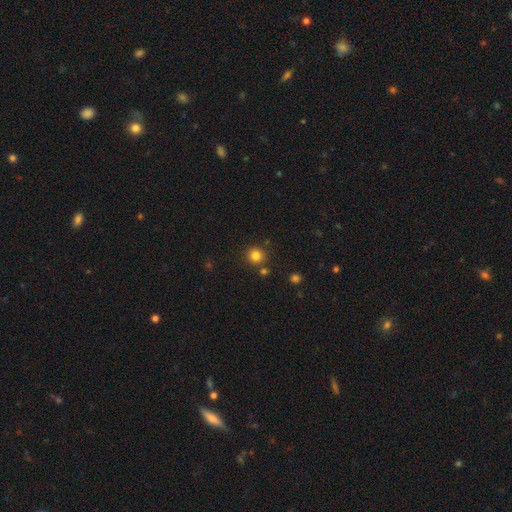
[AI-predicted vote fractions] This appears to be a smooth galaxy with no disk features (82%) that is round (92%). Merging: none (83%).